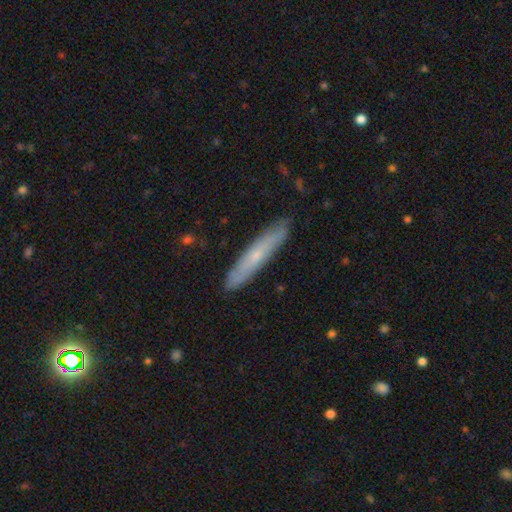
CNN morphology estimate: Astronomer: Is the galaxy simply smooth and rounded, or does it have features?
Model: smooth — 54% (runner-up: featured or disk, 40%).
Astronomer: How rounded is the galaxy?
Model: cigar-shaped — 92%.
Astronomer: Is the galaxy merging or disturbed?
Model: none — 87%.